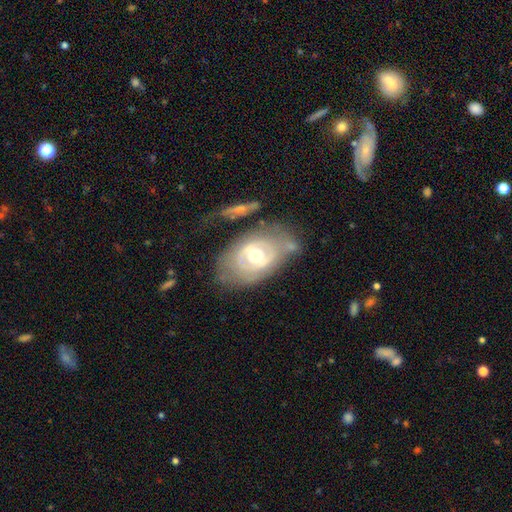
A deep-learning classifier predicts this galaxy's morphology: Smooth or featured?
  - featured or disk: 73% *
  - smooth: 22%
  - star or artifact: 5%
Edge-on disk?
  - no: 93% *
  - yes: 7%
Bar?
  - no: 55% *
  - weak: 29%
  - strong: 16%
Spiral arms?
  - no: 58% *
  - yes: 42%
Bulge size?
  - moderate: 74% *
  - large: 14%
  - small: 10%
  - dominant: 1%
  - none: 1%
Merging?
  - none: 53% *
  - minor disturbance: 23%
  - major disturbance: 15%
  - merger: 9%